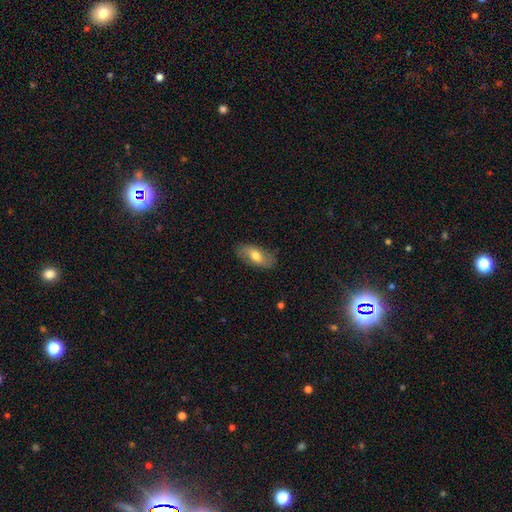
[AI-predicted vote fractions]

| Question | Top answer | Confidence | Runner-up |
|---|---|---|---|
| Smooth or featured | smooth | 60% | featured or disk (34%) |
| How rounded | in between | 88% | cigar-shaped (7%) |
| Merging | none | 80% | minor disturbance (15%) |